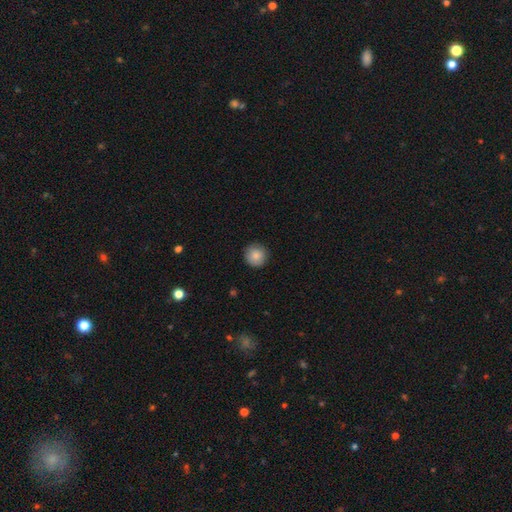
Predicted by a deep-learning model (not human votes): smooth-or-featured: smooth: 86% | star or artifact: 8% | featured or disk: 7%
  how-rounded: round: 96% | in between: 3% | cigar-shaped: 1%
  merging: none: 91% | minor disturbance: 7% | major disturbance: 2% | merger: 1%